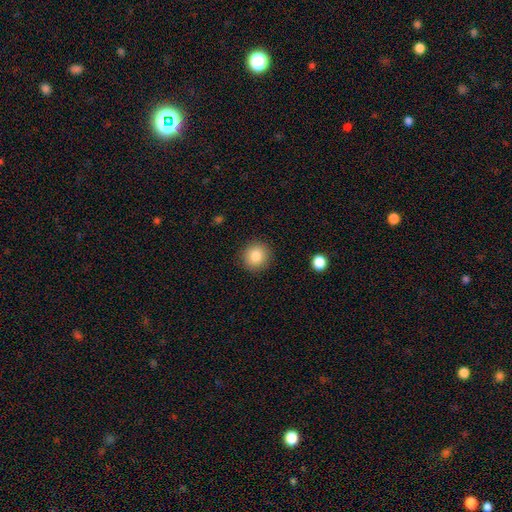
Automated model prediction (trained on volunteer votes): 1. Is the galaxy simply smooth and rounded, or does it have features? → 84% smooth, 9% star or artifact, 6% featured or disk.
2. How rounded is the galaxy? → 91% round, 8% in between, 1% cigar-shaped.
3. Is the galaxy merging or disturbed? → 90% none, 7% minor disturbance, 2% major disturbance, 1% merger.